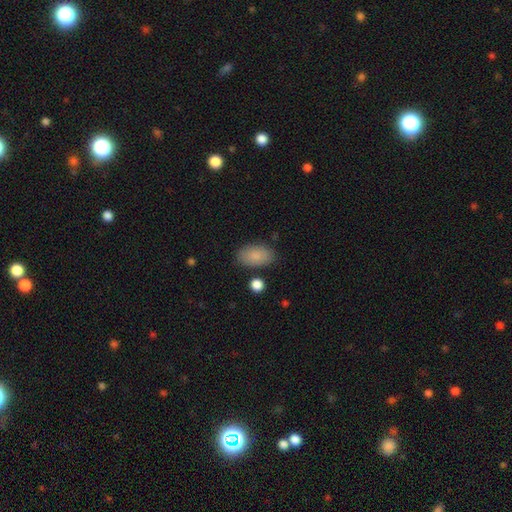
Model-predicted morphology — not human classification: Q: Smooth or featured?
A: smooth (87%); runner-up: star or artifact (7%)
Q: How rounded?
A: in between (93%); runner-up: round (5%)
Q: Merging?
A: none (82%); runner-up: minor disturbance (12%)